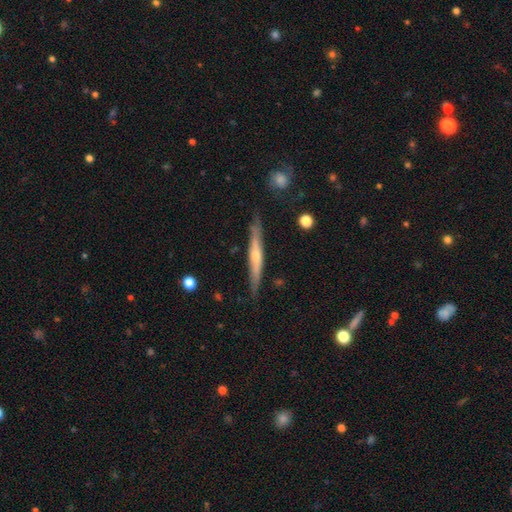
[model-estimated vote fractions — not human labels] smooth_or_featured: featured or disk (p=0.69) [alt: smooth p=0.26]
disk_edge_on: yes (p=0.95) [alt: no p=0.05]
edge_on_bulge: rounded (p=0.75) [alt: none p=0.21]
merging: none (p=0.85) [alt: minor disturbance p=0.12]